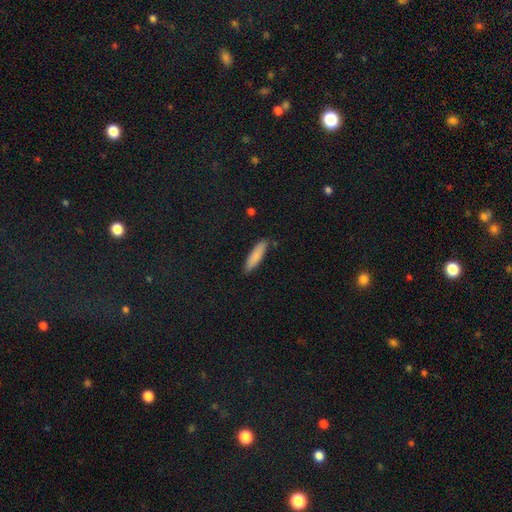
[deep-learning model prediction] Smooth or featured?
  - smooth: 84% *
  - featured or disk: 10%
  - star or artifact: 6%
How rounded?
  - cigar-shaped: 74% *
  - in between: 25%
  - round: 1%
Merging?
  - none: 85% *
  - minor disturbance: 11%
  - major disturbance: 2%
  - merger: 2%